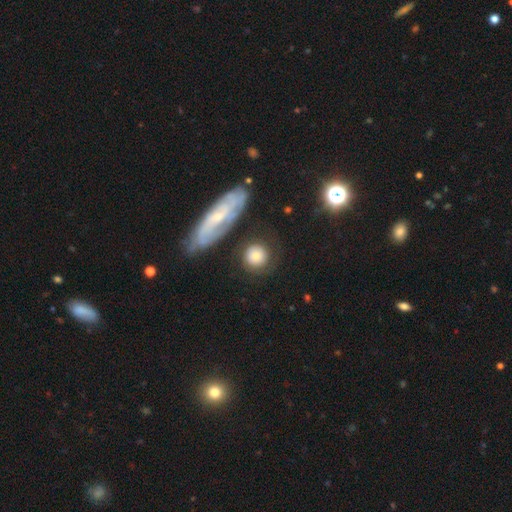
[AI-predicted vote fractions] Morphology: type=smooth (74%); roundness=round (89%); merging=none (72%).